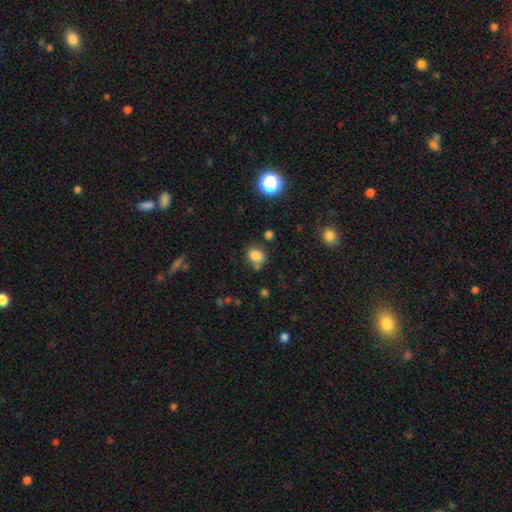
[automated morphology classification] This appears to be a smooth galaxy with no disk features (79%) that is round (50%). Merging: none (63%).